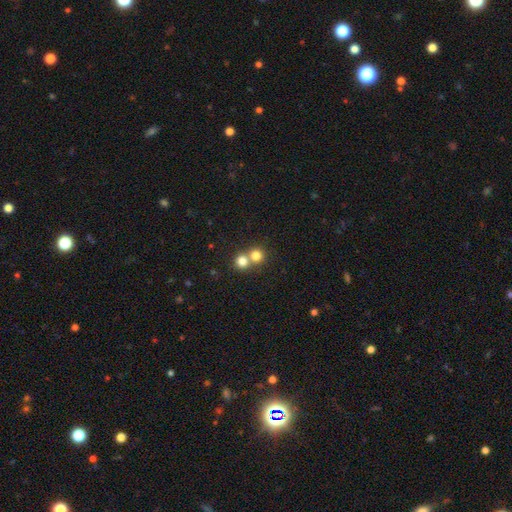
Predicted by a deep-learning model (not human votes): A smooth galaxy with no disk features (78%) that is round (88%).

Vote fractions:
- Smooth or featured? smooth: 78% / star or artifact: 12% / featured or disk: 9%
- How rounded? round: 88% / in between: 11% / cigar-shaped: 1%
- Merging? merger: 49% / none: 44% / minor disturbance: 5% / major disturbance: 2%